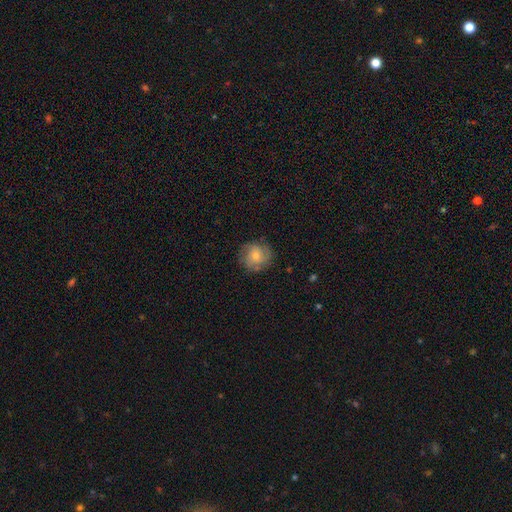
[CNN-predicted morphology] smooth 55%, featured or disk 36%, star or artifact 8%. Down the decision tree: how rounded — round (88%); merging — none (77%).